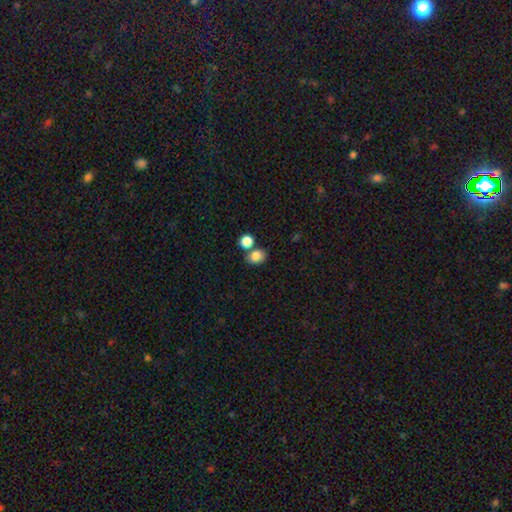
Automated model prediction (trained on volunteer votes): smooth-or-featured: smooth: 83% | star or artifact: 10% | featured or disk: 7%
  how-rounded: in between: 60% | round: 39% | cigar-shaped: 1%
  merging: none: 58% | merger: 26% | minor disturbance: 12% | major disturbance: 4%